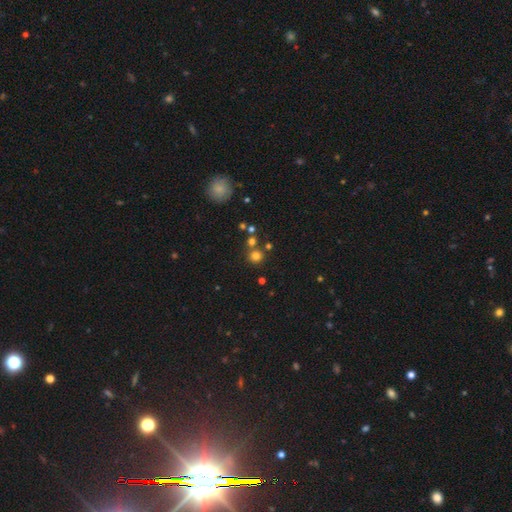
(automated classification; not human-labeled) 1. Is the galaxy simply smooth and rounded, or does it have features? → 75% smooth, 19% star or artifact, 7% featured or disk.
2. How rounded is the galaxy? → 91% round, 8% in between, 1% cigar-shaped.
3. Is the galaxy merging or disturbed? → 75% none, 14% merger, 8% minor disturbance, 3% major disturbance.